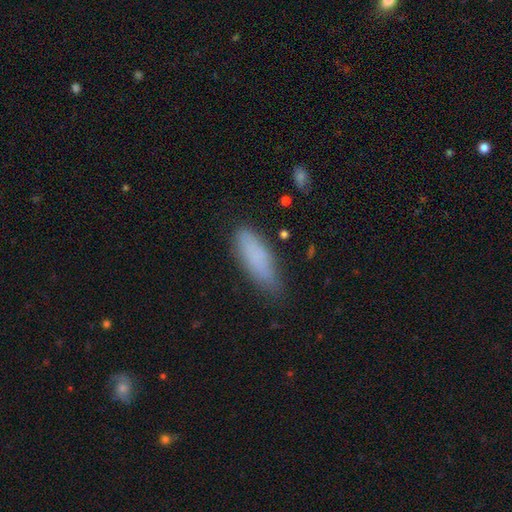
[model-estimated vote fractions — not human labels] Morphology: type=smooth (82%); roundness=in between (54%); merging=none (72%).